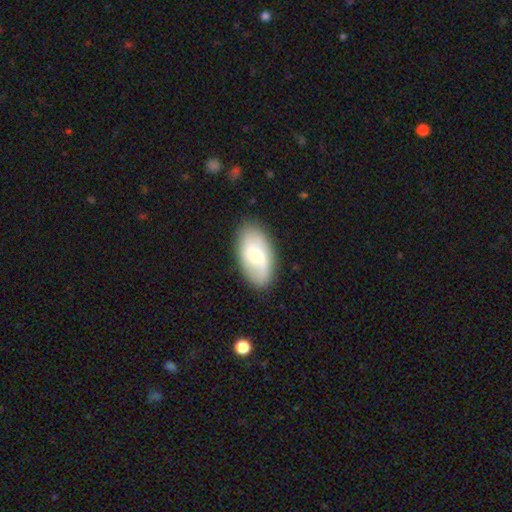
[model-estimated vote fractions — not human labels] Smooth or featured: featured or disk — 50% (smooth — 44%)
Edge-on disk: no — 92% (yes — 8%)
Merging: none — 84% (minor disturbance — 11%)